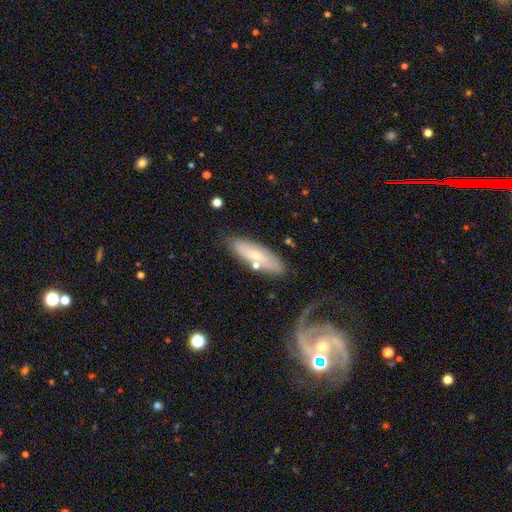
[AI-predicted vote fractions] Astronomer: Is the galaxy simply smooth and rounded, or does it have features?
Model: smooth — 53% (runner-up: featured or disk, 40%).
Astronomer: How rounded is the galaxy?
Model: in between — 51% (runner-up: cigar-shaped, 47%).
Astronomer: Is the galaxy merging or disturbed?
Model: none — 69%.